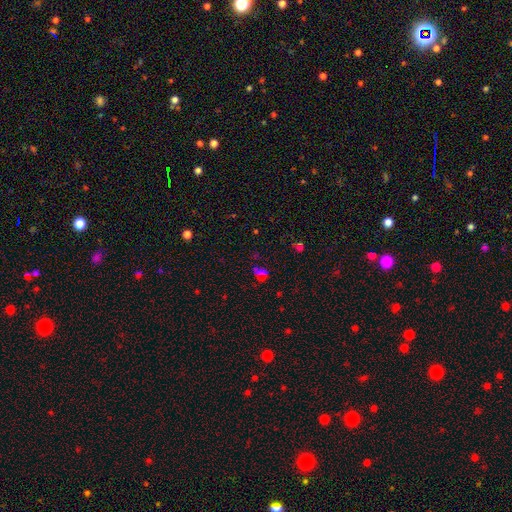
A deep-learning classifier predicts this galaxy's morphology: Smooth or featured? Predicted: star or artifact (p=0.57).